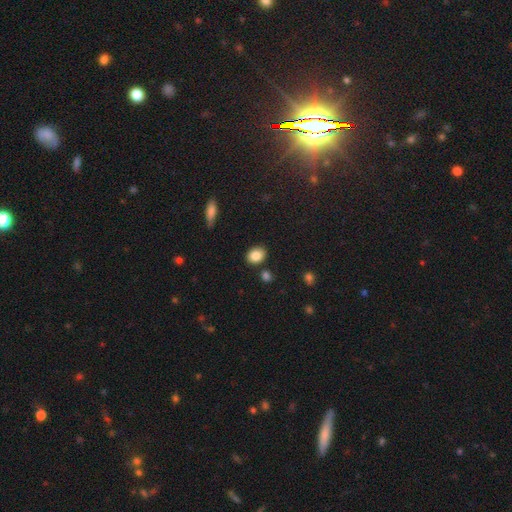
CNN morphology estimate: A smooth galaxy with no disk features (86%) that is in between round and cigar-shaped (64%).

Vote fractions:
- Smooth or featured? smooth: 86% / star or artifact: 8% / featured or disk: 5%
- How rounded? in between: 64% / round: 34% / cigar-shaped: 1%
- Merging? none: 82% / minor disturbance: 11% / merger: 5% / major disturbance: 3%